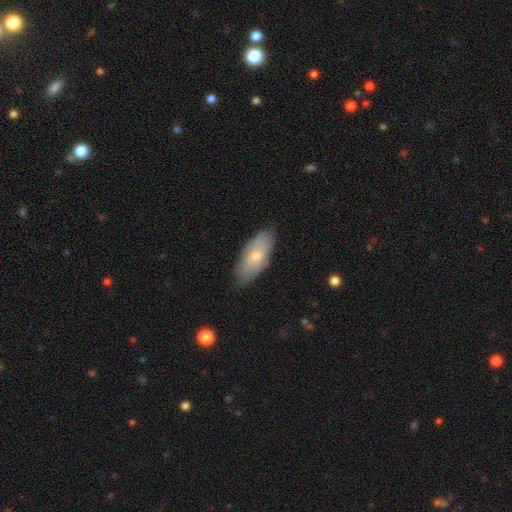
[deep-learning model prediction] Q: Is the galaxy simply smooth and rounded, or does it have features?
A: smooth — 65%.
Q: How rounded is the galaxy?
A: in between — 85%.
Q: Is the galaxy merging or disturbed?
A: none — 80%.